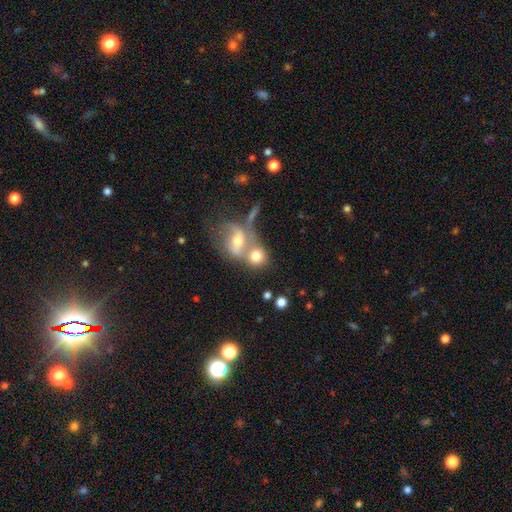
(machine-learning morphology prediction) Smooth or featured? smooth (66%)
How rounded? round (70%)
Merging? merger (55%)